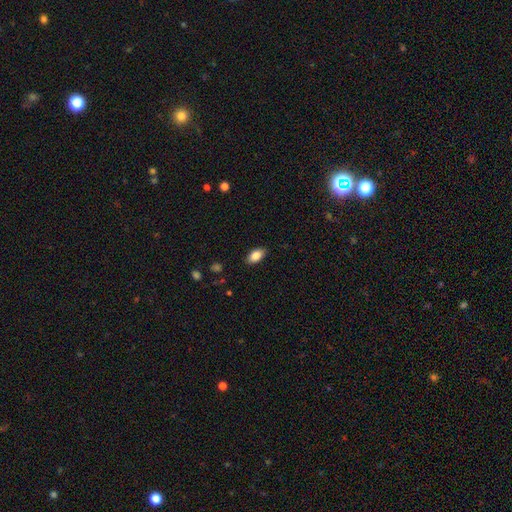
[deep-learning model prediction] smooth_or_featured: smooth (p=0.84) [alt: featured or disk p=0.08]
how_rounded: in between (p=0.91) [alt: round p=0.05]
merging: none (p=0.88) [alt: minor disturbance p=0.09]